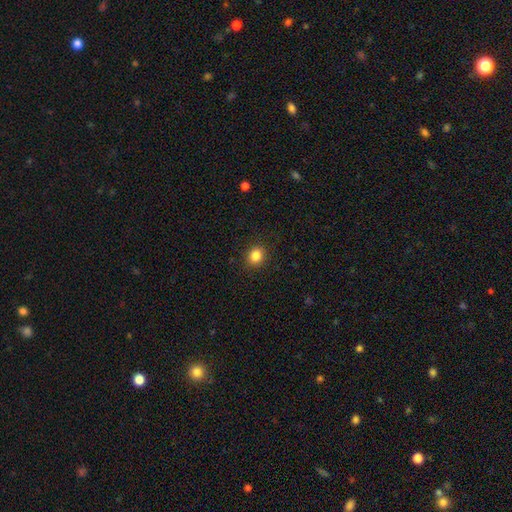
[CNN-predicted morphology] The model was most divided on "how rounded": round: 83%, in between: 16%, cigar-shaped: 1%. More confident: merging — none (90%); smooth or featured — smooth (84%).